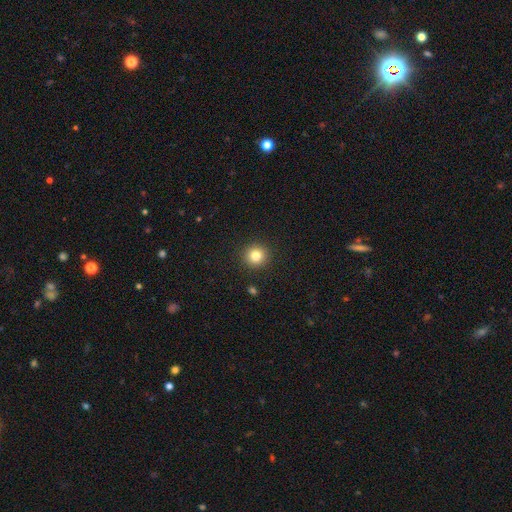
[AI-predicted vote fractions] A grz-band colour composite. It shows a smooth galaxy with no disk features (82%) that is round (94%). Merging: none (92%).